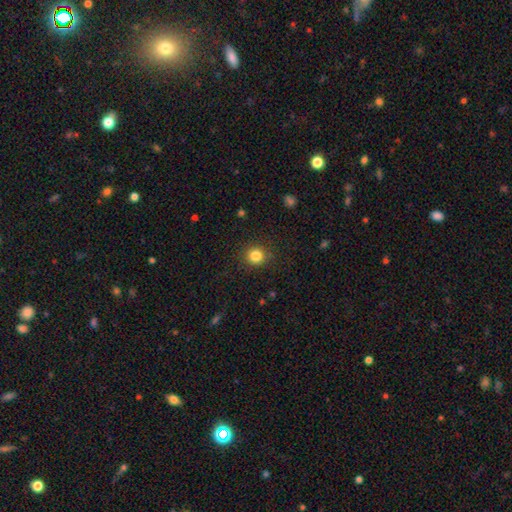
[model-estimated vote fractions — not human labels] Morphology: type=smooth (84%); roundness=round (91%); merging=none (89%).